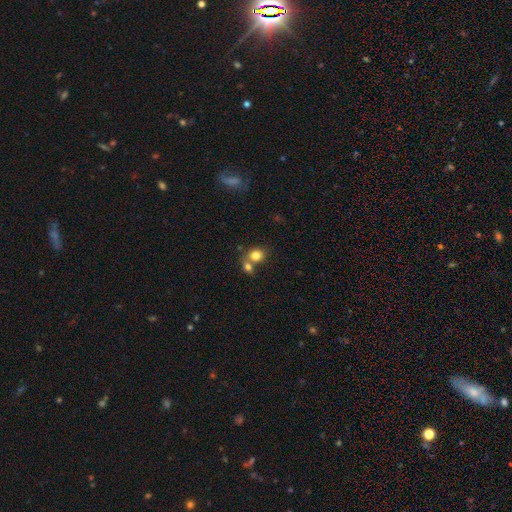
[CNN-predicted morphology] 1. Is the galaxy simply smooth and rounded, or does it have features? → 81% smooth, 10% star or artifact, 9% featured or disk.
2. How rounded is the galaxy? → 70% round, 29% in between, 1% cigar-shaped.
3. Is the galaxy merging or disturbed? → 44% merger (tied), 44% none (tied), 8% minor disturbance, 3% major disturbance.